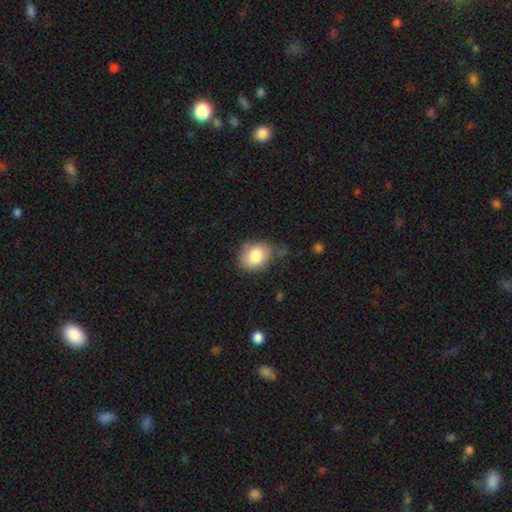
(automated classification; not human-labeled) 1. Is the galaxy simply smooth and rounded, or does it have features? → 82% smooth, 10% featured or disk, 8% star or artifact.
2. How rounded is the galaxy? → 52% in between, 47% round, 1% cigar-shaped.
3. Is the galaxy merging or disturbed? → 60% none, 29% minor disturbance, 8% major disturbance, 3% merger.